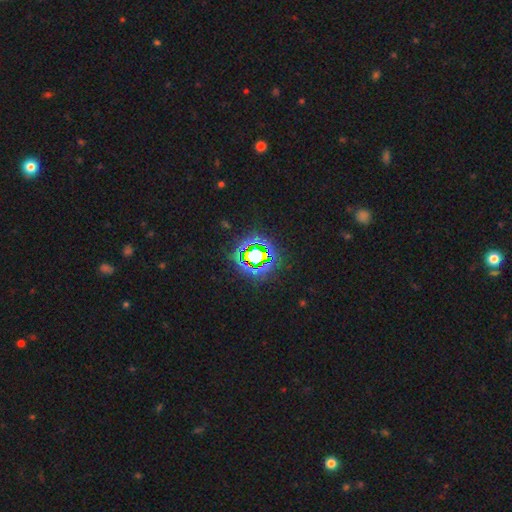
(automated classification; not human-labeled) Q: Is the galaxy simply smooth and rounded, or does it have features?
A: star or artifact — 75%.